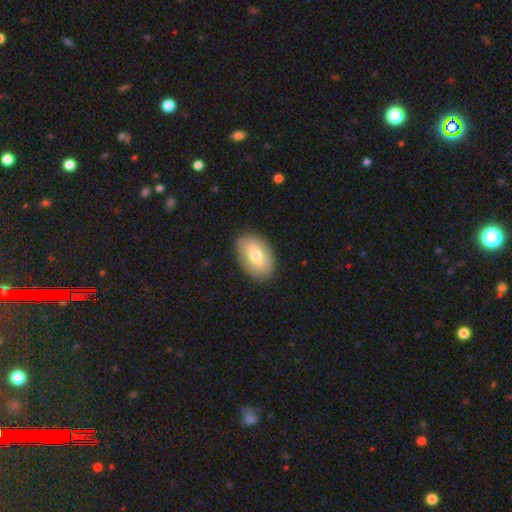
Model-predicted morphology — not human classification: Smooth or featured? smooth (67%)
How rounded? in between (89%)
Merging? none (86%)